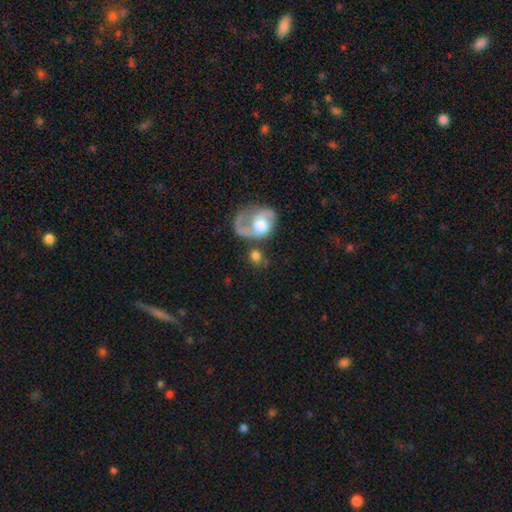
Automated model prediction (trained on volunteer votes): Overall: smooth (60%; featured or disk 31%). How rounded: round (64%; in between 34%). Merging: none (45%; merger 21%).